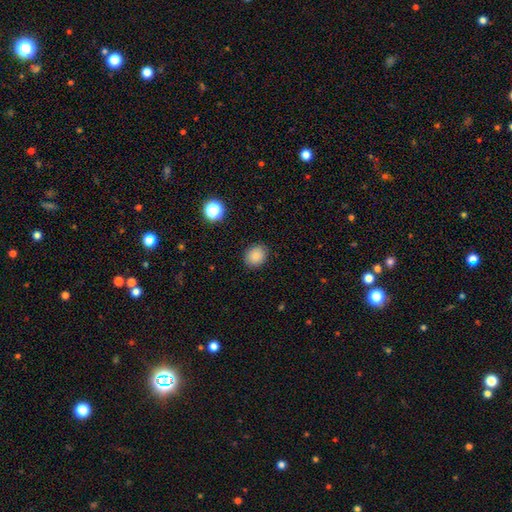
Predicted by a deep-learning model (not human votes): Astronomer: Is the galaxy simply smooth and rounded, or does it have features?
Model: smooth — 84%.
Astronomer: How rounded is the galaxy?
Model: round — 62%.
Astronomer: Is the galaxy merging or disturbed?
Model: none — 88%.